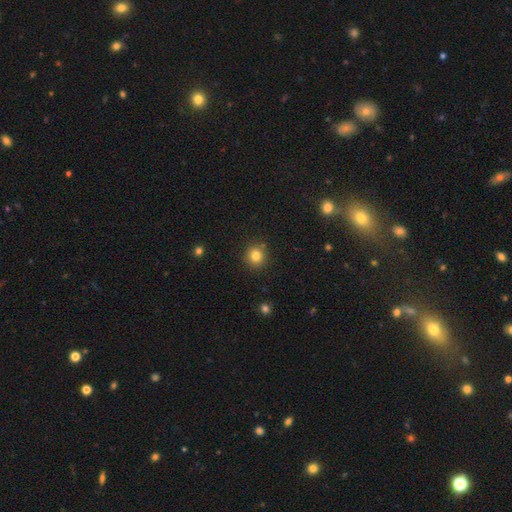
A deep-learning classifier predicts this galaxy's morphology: smooth-or-featured: smooth: 81% | star or artifact: 12% | featured or disk: 6%
  how-rounded: round: 89% | in between: 10% | cigar-shaped: 1%
  merging: none: 88% | minor disturbance: 8% | merger: 3% | major disturbance: 2%